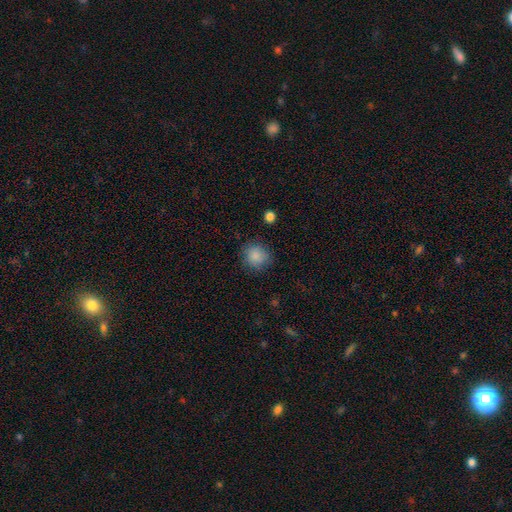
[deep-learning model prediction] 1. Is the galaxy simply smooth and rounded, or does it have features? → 87% smooth, 9% star or artifact, 4% featured or disk.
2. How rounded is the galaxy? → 86% round, 13% in between, 1% cigar-shaped.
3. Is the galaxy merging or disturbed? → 84% none, 11% minor disturbance, 3% major disturbance, 1% merger.